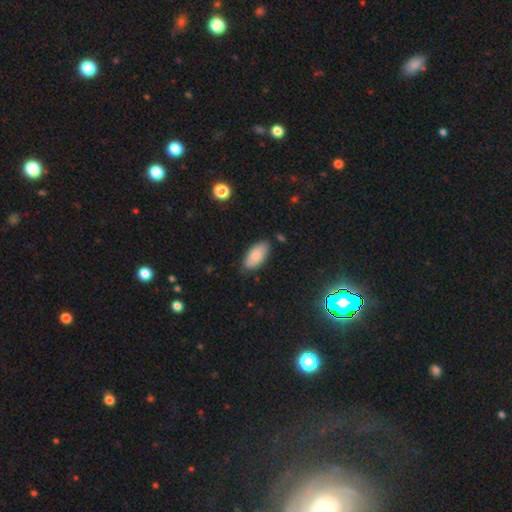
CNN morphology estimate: Overall: smooth (84%). How rounded: in between (92%). Merging: none (78%).